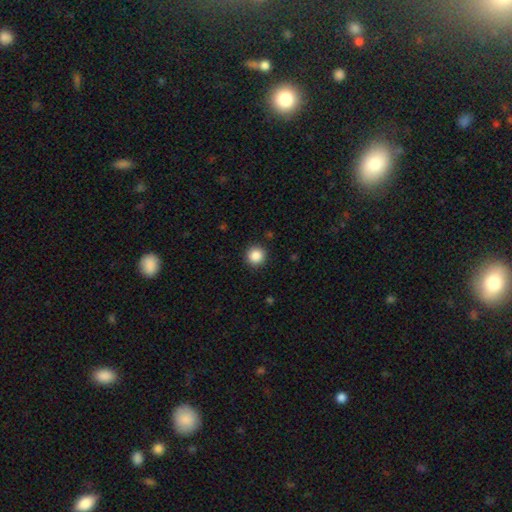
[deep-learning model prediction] smooth 87%, star or artifact 10%, featured or disk 3%. Down the decision tree: how rounded — round (95%); merging — none (91%).